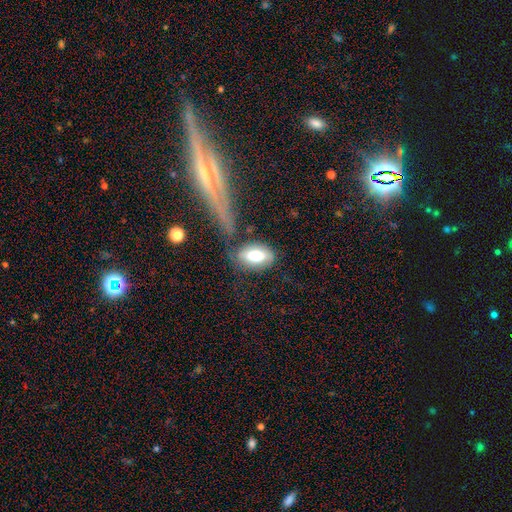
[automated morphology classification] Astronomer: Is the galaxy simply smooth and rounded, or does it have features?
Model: smooth — 72%.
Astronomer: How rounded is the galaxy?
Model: in between — 89%.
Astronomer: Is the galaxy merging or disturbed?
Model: none — 60%.